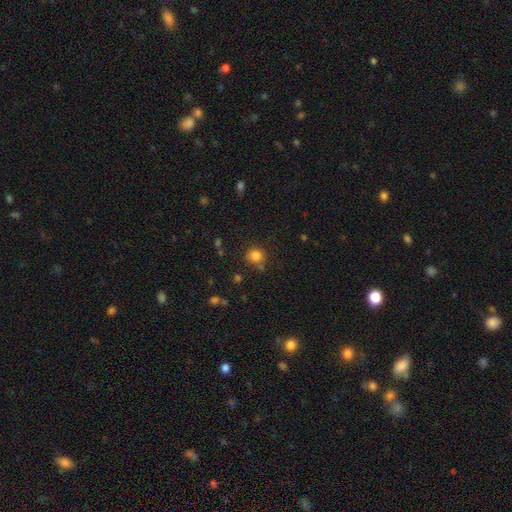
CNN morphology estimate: Smooth or featured?
  - smooth: 82% *
  - star or artifact: 13%
  - featured or disk: 5%
How rounded?
  - round: 86% *
  - in between: 14%
  - cigar-shaped: 1%
Merging?
  - none: 76% *
  - minor disturbance: 14%
  - merger: 6%
  - major disturbance: 4%